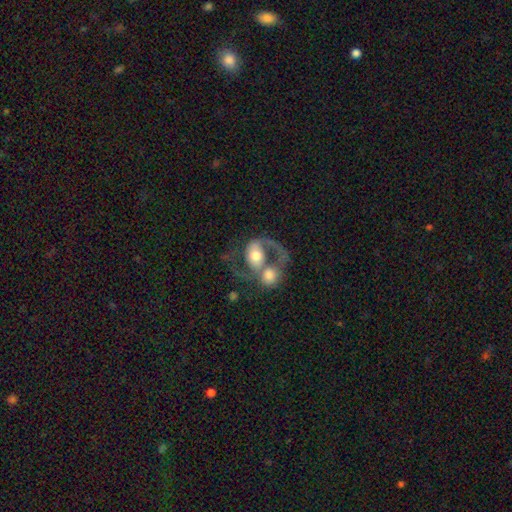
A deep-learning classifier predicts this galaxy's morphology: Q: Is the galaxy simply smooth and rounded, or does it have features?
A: featured or disk — 64%.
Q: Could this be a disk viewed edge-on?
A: no — 97%.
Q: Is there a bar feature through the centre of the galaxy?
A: no — 67%.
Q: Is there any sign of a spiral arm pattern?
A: yes — 76%.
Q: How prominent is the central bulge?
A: moderate — 54%.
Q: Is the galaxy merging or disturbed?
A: merger — 66%.